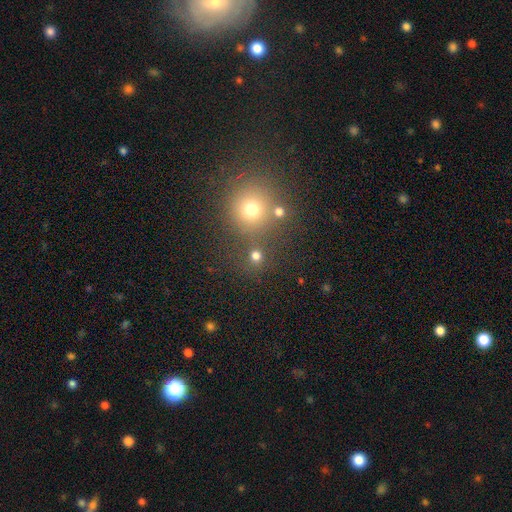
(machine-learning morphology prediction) Q: Smooth or featured?
A: smooth (73%); runner-up: star or artifact (21%)
Q: How rounded?
A: round (89%); runner-up: in between (10%)
Q: Merging?
A: none (74%); runner-up: merger (14%)